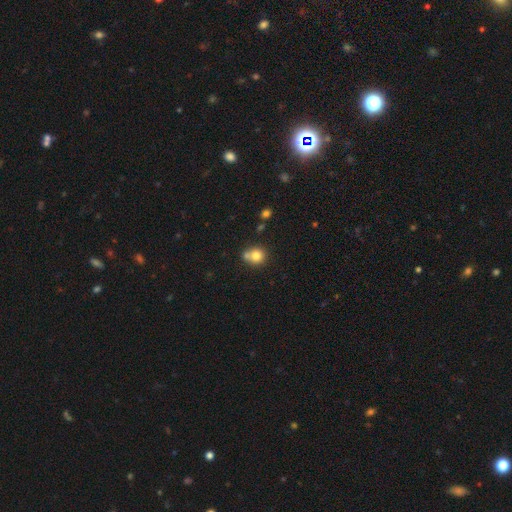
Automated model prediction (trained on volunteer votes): This appears to be a smooth galaxy with no disk features (79%) that is round (83%). Merging: none (51%).